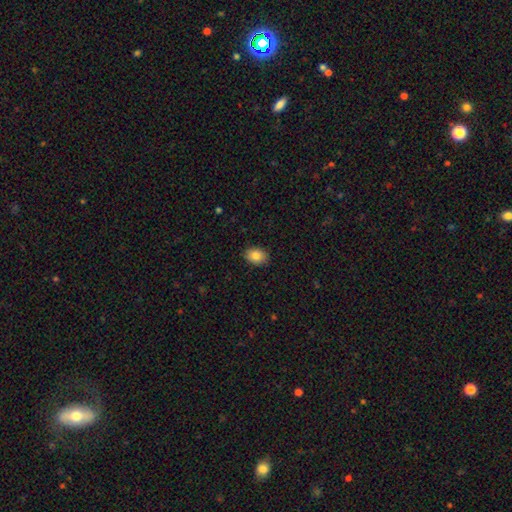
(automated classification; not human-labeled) This is clearly a smooth galaxy (85%). How rounded: likely in between (75%). Merging: clearly none (88%).